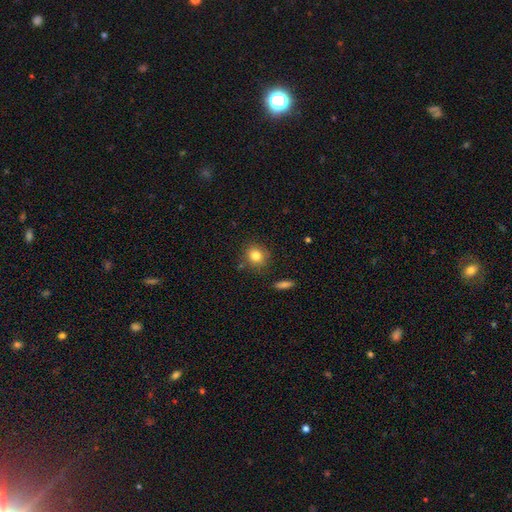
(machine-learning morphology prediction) type=smooth (82%); roundness=round (79%); merging=none (83%).